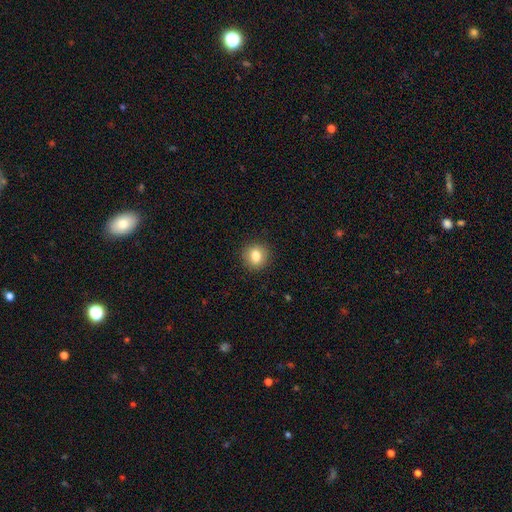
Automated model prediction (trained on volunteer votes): A smooth galaxy with no disk features (82%) that is round (83%). Merging: none (90%).